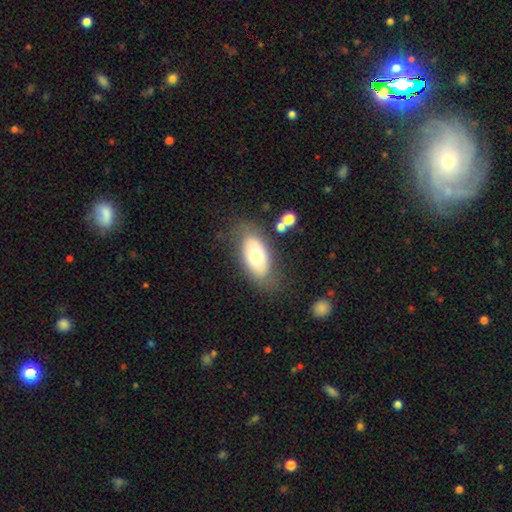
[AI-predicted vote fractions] This appears to be a smooth galaxy with no disk features (59%) that is in between round and cigar-shaped (91%). Merging: none (74%).